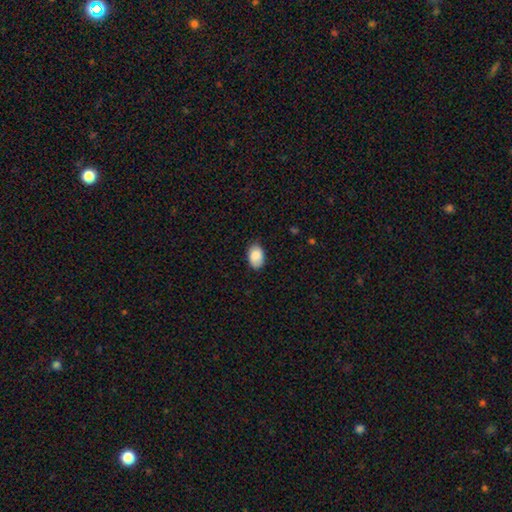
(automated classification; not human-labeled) A smooth galaxy with no disk features (88%) that is in between round and cigar-shaped (89%).

Vote fractions:
- Smooth or featured? smooth: 88% / star or artifact: 7% / featured or disk: 5%
- How rounded? in between: 89% / round: 10% / cigar-shaped: 1%
- Merging? none: 80% / minor disturbance: 16% / major disturbance: 3% / merger: 1%